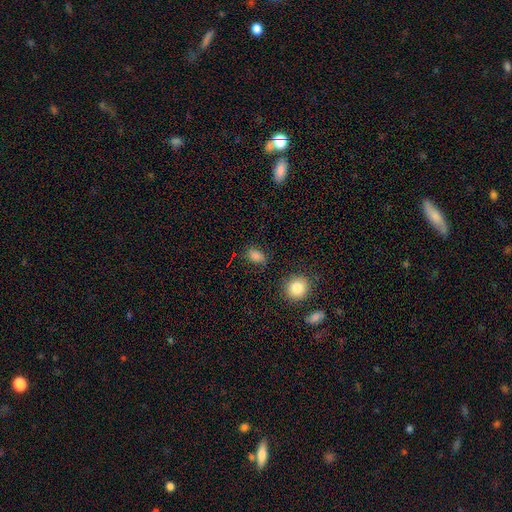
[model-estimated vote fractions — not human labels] smooth_or_featured: smooth (p=0.77) [alt: star or artifact p=0.14]
how_rounded: in between (p=0.74) [alt: round p=0.24]
merging: none (p=0.65) [alt: minor disturbance p=0.23]